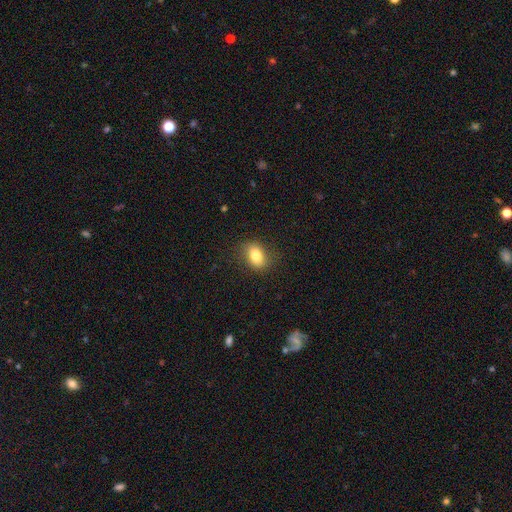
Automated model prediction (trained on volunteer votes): Smooth or featured? smooth (82%)
How rounded? in between (76%)
Merging? none (79%)